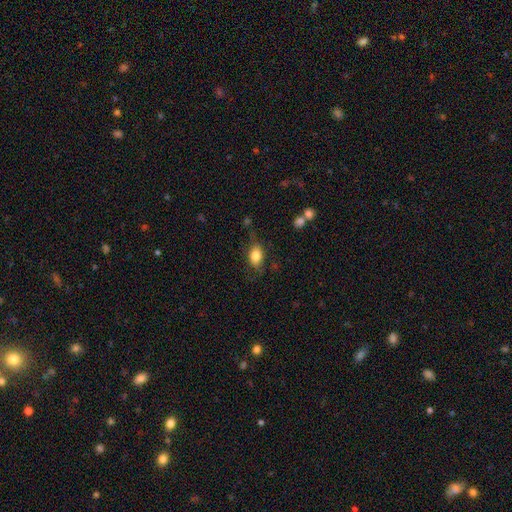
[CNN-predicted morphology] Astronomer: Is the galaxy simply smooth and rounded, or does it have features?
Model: smooth — 81%.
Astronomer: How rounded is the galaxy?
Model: in between — 82%.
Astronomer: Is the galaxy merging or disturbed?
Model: none — 70%.